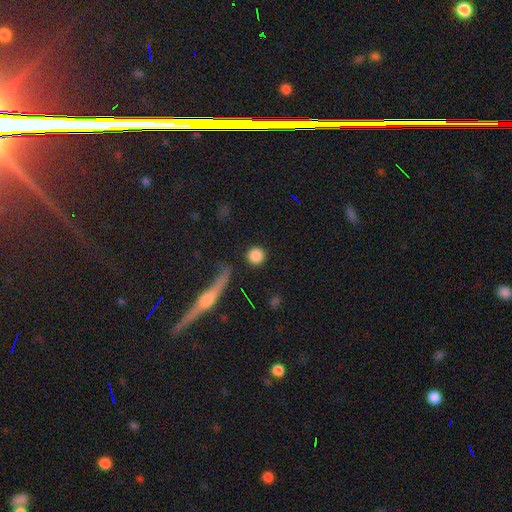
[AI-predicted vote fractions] Morphology: type=smooth (85%); roundness=round (92%); merging=none (87%).